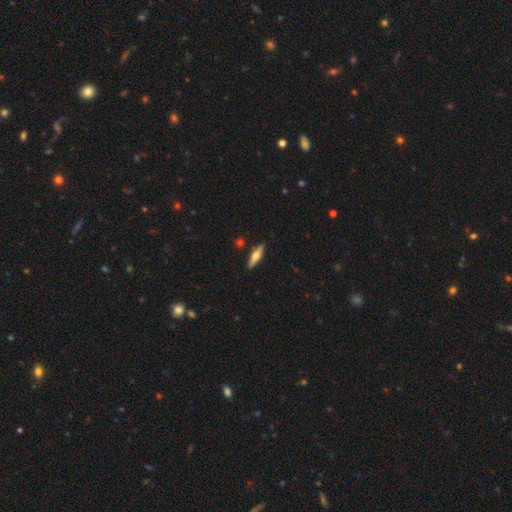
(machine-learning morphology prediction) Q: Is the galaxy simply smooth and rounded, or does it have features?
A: featured or disk — 53%.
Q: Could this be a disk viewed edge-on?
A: yes — 94%.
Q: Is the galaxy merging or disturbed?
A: none — 88%.